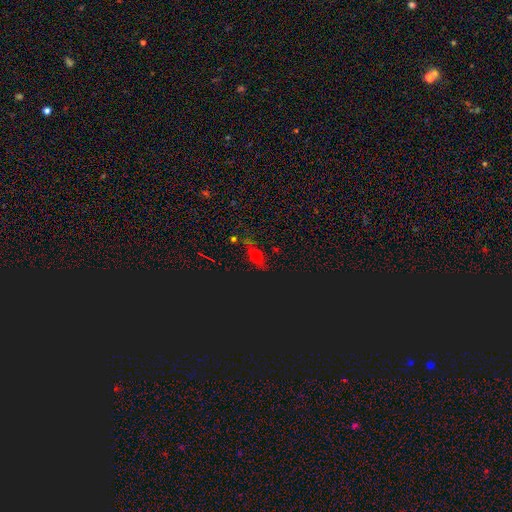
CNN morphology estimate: smooth_or_featured: smooth (p=0.44) [alt: star or artifact p=0.39]
merging: none (p=0.70) [alt: minor disturbance p=0.18]